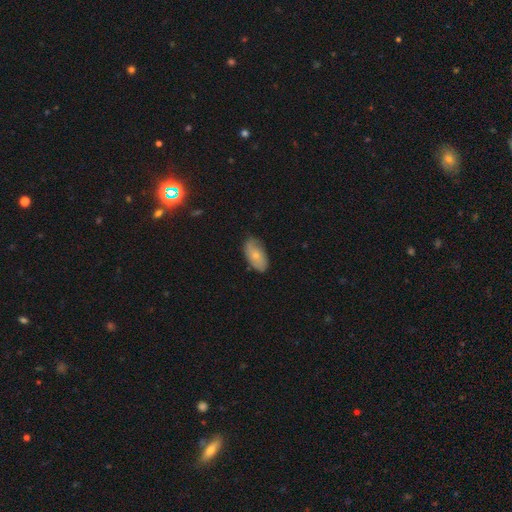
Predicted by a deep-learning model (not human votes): The model was most divided on "smooth or featured": smooth: 66%, featured or disk: 27%, star or artifact: 6%. More confident: how rounded — in between (93%); merging — none (73%).